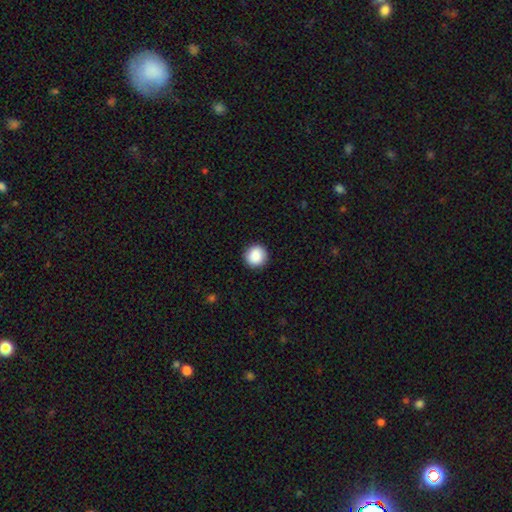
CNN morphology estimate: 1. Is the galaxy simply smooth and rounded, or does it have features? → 89% smooth, 8% star or artifact, 4% featured or disk.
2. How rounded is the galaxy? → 94% round, 5% in between, 1% cigar-shaped.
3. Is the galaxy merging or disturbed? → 92% none, 5% minor disturbance, 2% major disturbance, 1% merger.